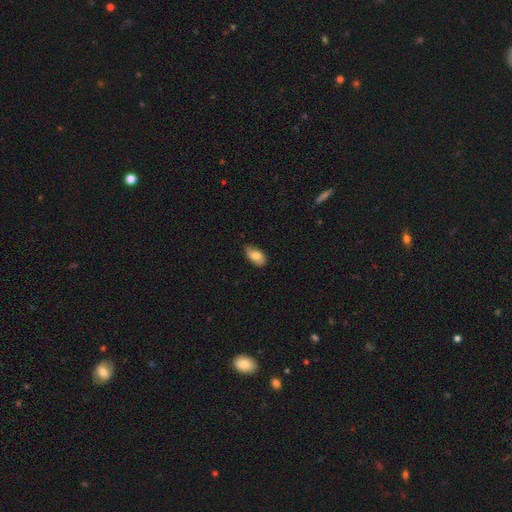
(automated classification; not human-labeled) Q: Smooth or featured?
A: smooth (79%); runner-up: featured or disk (14%)
Q: How rounded?
A: in between (94%); runner-up: round (4%)
Q: Merging?
A: none (76%); runner-up: minor disturbance (20%)